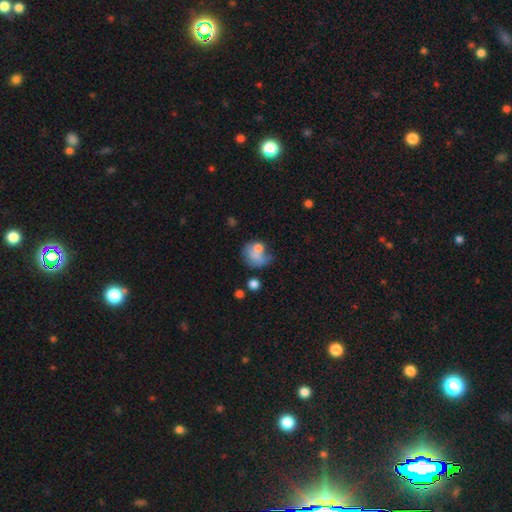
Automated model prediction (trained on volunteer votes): Smooth or featured? smooth (66%)
How rounded? round (55%)
Merging? none (29%)